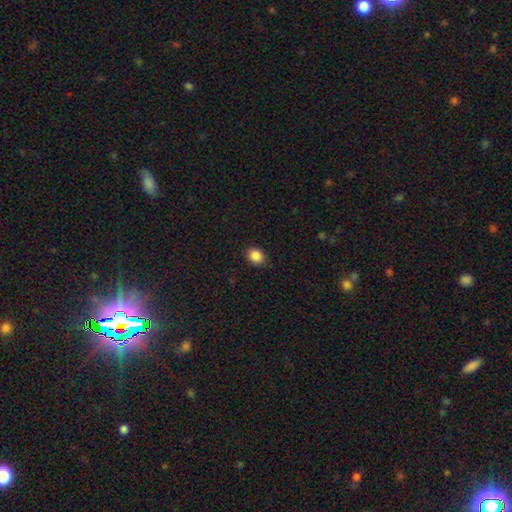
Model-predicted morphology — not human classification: smooth 87%, star or artifact 9%, featured or disk 4%. Down the decision tree: how rounded — in between (51%); merging — none (88%).